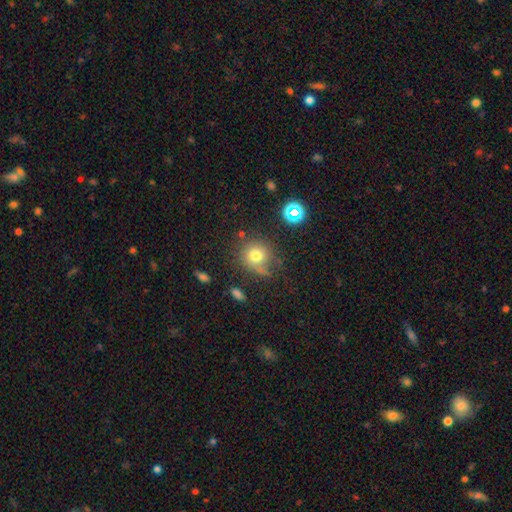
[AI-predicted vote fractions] Smooth or featured? smooth (72%)
How rounded? round (87%)
Merging? none (61%)